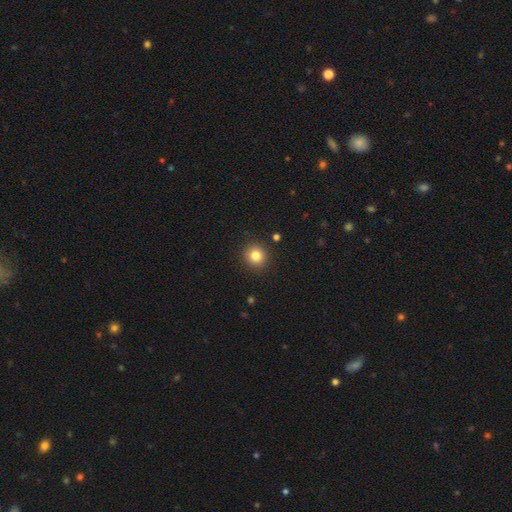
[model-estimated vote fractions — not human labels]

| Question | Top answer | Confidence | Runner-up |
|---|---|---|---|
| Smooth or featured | smooth | 83% | star or artifact (11%) |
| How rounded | round | 91% | in between (8%) |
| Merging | none | 90% | minor disturbance (7%) |